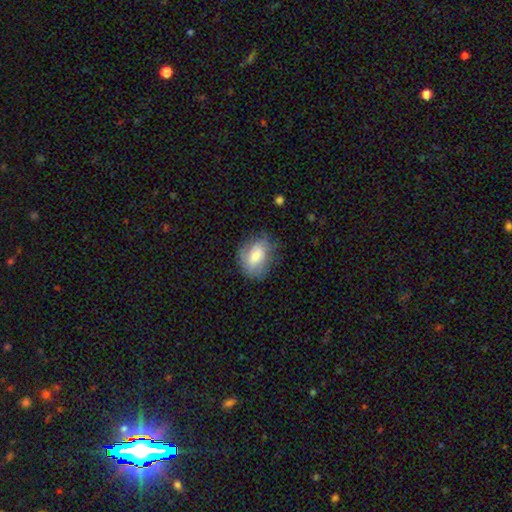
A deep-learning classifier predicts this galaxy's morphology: Smooth or featured? Predicted: smooth (p=0.66). How rounded? Predicted: in between (p=0.77). Merging? Predicted: none (p=0.64).